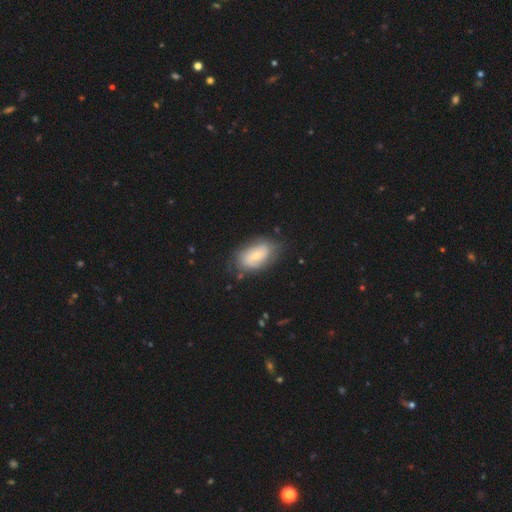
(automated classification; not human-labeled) Smooth or featured? Predicted: featured or disk (p=0.48). Merging? Predicted: none (p=0.66).